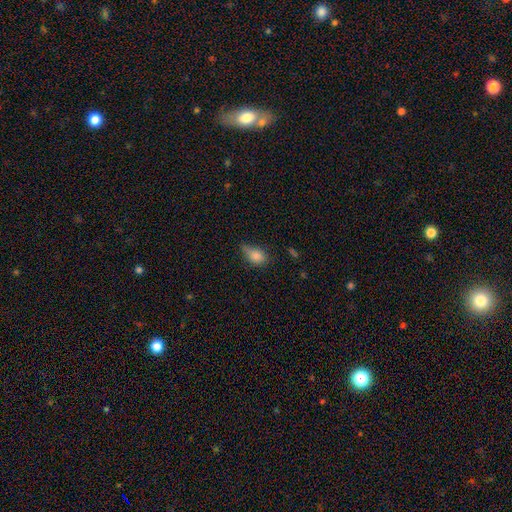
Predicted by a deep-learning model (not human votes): Overall: smooth (82%). How rounded: in between (76%). Merging: minor disturbance (43%; none 40%).